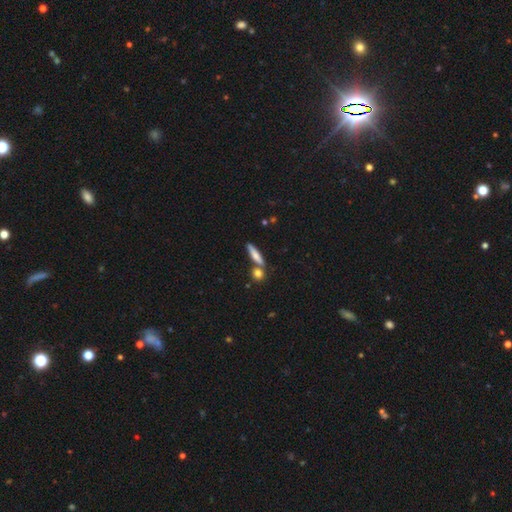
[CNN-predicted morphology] This is likely a smooth galaxy (66%). How rounded: likely cigar-shaped (76%). Merging: likely none (70%).